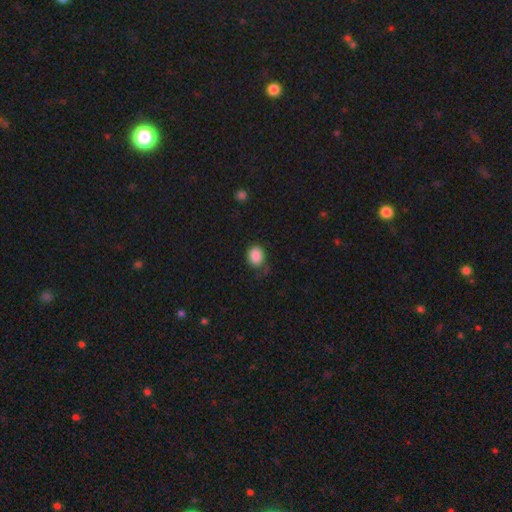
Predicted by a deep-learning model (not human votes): This appears to be a smooth galaxy with no disk features (87%) that is round (53%). Merging: none (64%).